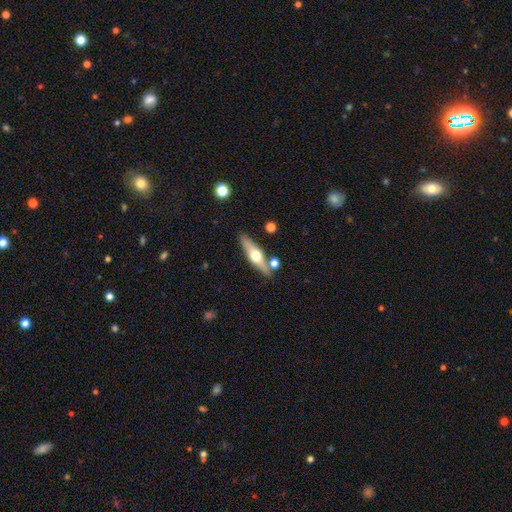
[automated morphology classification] This is likely a featured or disk galaxy (61%). It is clearly viewed edge-on (93%). Edge-on bulge: clearly rounded (95%). Merging: clearly none (81%).